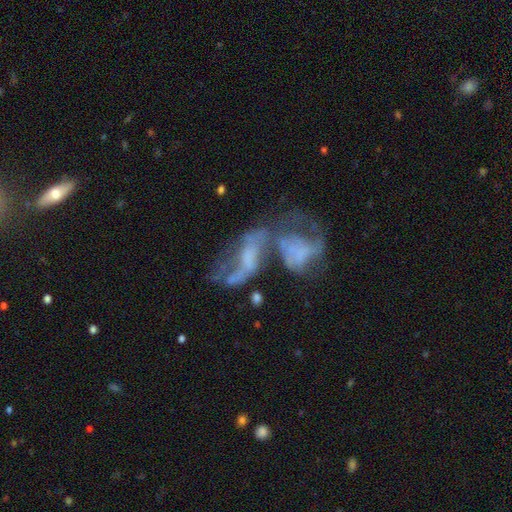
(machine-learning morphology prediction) A featured or disk galaxy (75%) with no bar (42%), 2 (72%) loose (43%) spiral arms (82%) and a small central bulge (48%). Merging: merger (60%).